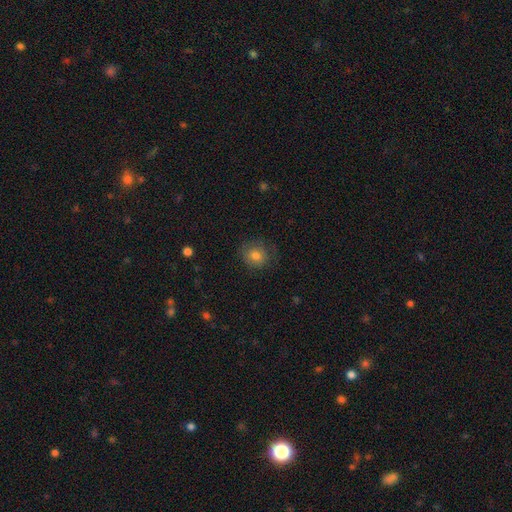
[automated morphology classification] A smooth galaxy with no disk features (78%) that is round (83%).

Vote fractions:
- Smooth or featured? smooth: 78% / featured or disk: 11% / star or artifact: 11%
- How rounded? round: 83% / in between: 16% / cigar-shaped: 1%
- Merging? none: 78% / minor disturbance: 16% / major disturbance: 5% / merger: 1%